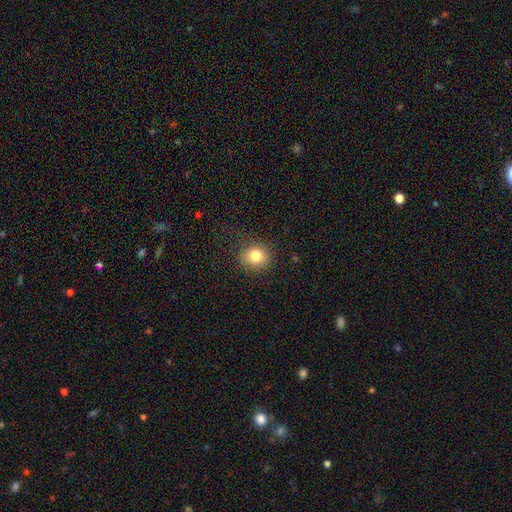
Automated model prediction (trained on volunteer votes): Smooth or featured: smooth — 81% (star or artifact — 11%)
How rounded: round — 76% (in between — 23%)
Merging: none — 85% (minor disturbance — 10%)